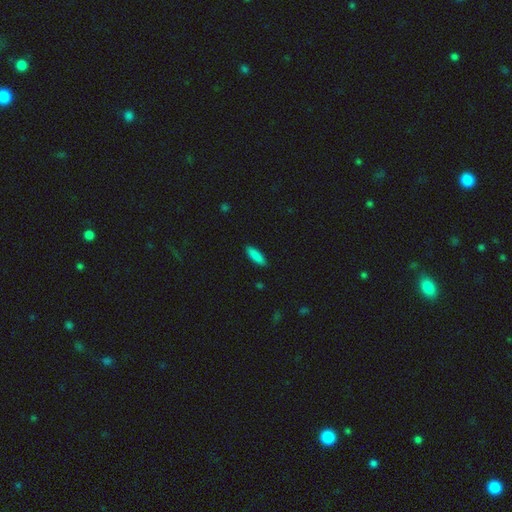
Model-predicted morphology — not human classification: Q: Smooth or featured?
A: smooth (88%); runner-up: star or artifact (7%)
Q: How rounded?
A: cigar-shaped (53%); runner-up: in between (45%)
Q: Merging?
A: none (89%); runner-up: minor disturbance (8%)